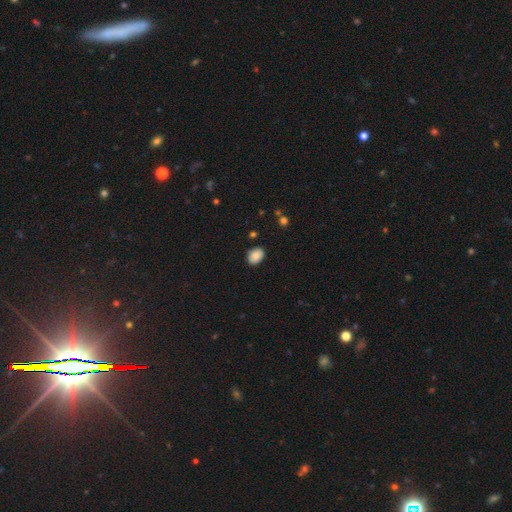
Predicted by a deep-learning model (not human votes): This is clearly a smooth galaxy (85%). How rounded: likely in between (69%). Merging: clearly none (83%).